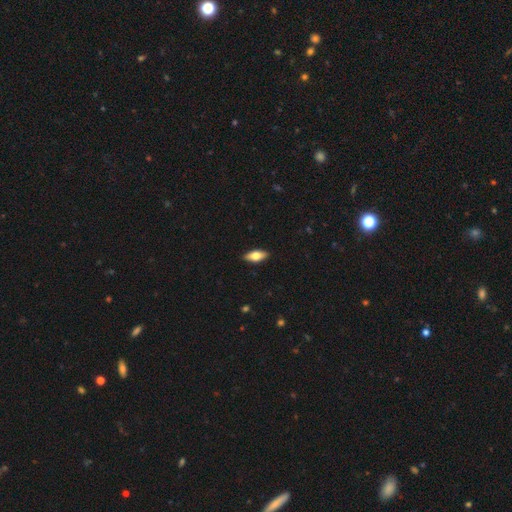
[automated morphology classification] type=smooth (70%); roundness=in between (82%); merging=none (89%).